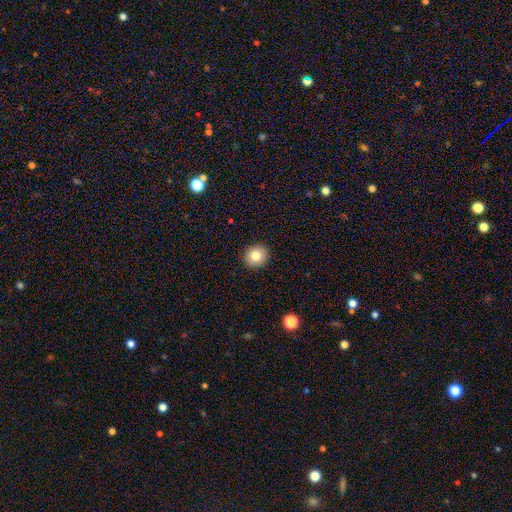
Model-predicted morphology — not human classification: A smooth galaxy with no disk features (81%) that is round (85%). Merging: none (92%).